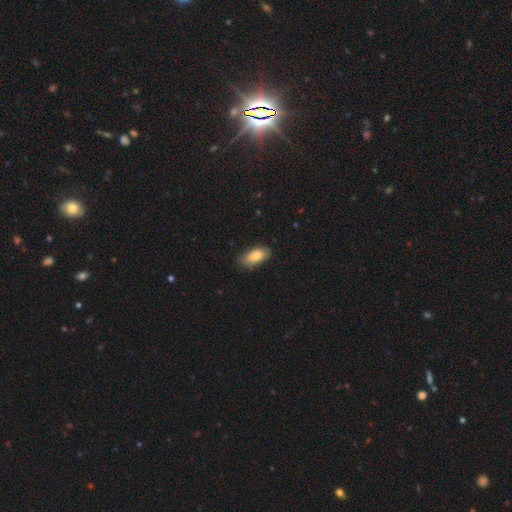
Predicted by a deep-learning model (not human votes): Smooth or featured? Predicted: smooth (p=0.82). How rounded? Predicted: in between (p=0.91). Merging? Predicted: none (p=0.77).